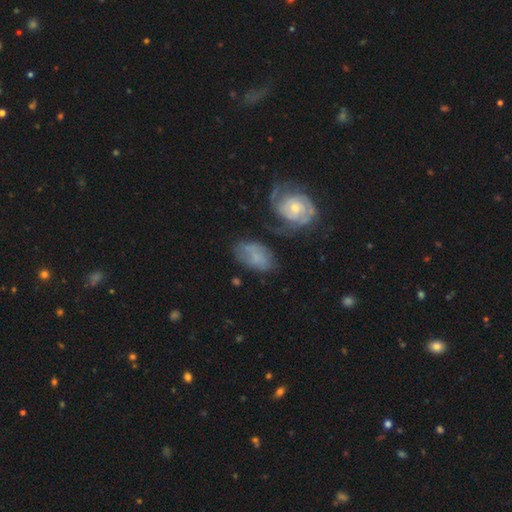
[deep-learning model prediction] Morphology: type=smooth (49%); merging=none (50%).